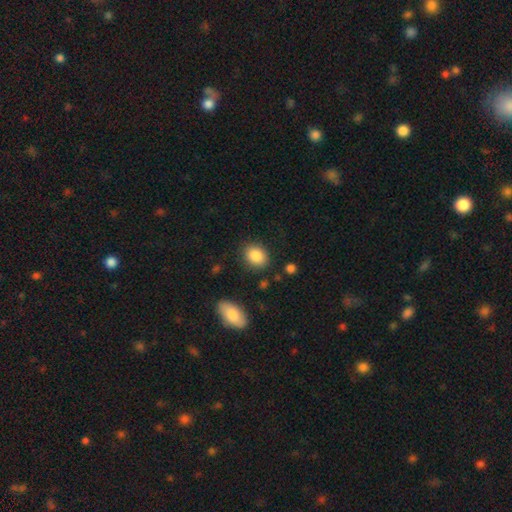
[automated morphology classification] A smooth galaxy with no disk features (87%) that is in between round and cigar-shaped (56%). Merging: none (84%).